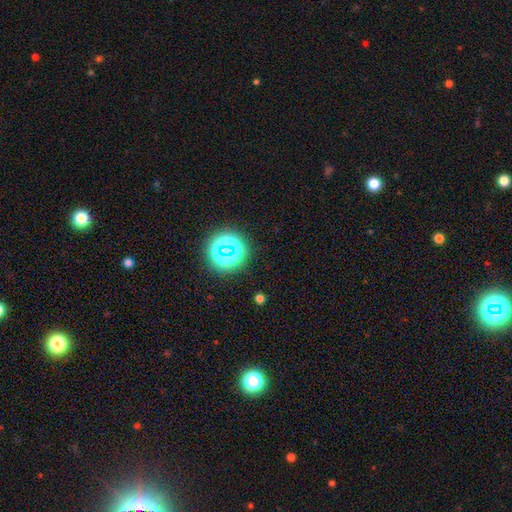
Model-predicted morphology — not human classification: smooth-or-featured: star or artifact: 73% | smooth: 20% | featured or disk: 6%